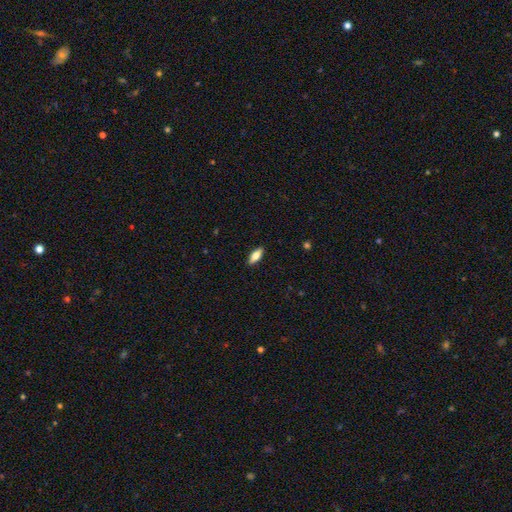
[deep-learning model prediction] Smooth or featured? Predicted: smooth (p=0.71). How rounded? Predicted: in between (p=0.69). Merging? Predicted: none (p=0.90).